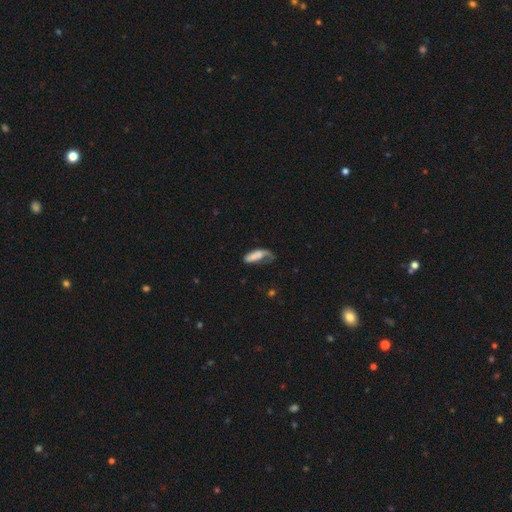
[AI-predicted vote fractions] Smooth or featured: smooth — 60% (featured or disk — 32%)
How rounded: in between — 66% (cigar-shaped — 31%)
Merging: major disturbance — 39% (none — 28%)